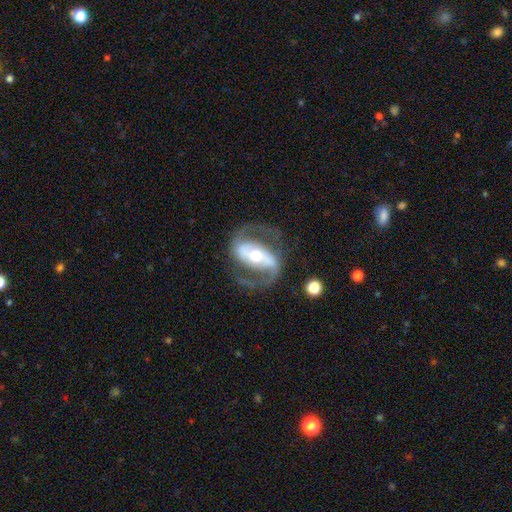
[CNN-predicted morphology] Smooth or featured?
  - featured or disk: 89% *
  - smooth: 7%
  - star or artifact: 4%
Edge-on disk?
  - no: 96% *
  - yes: 4%
Bar?
  - strong: 48% *
  - weak: 30%
  - no: 22%
Spiral arms?
  - yes: 94% *
  - no: 6%
Spiral winding?
  - medium: 53% *
  - loose: 31%
  - tight: 16%
Spiral arm count?
  - 2: 92% *
  - can't tell: 3%
  - 1: 2%
  - 3: 1%
  - 4: 1%
  - more than 4: 1%
Bulge size?
  - moderate: 68% *
  - small: 21%
  - large: 9%
  - dominant: 1%
  - none: 1%
Merging?
  - none: 74% *
  - minor disturbance: 13%
  - major disturbance: 11%
  - merger: 2%